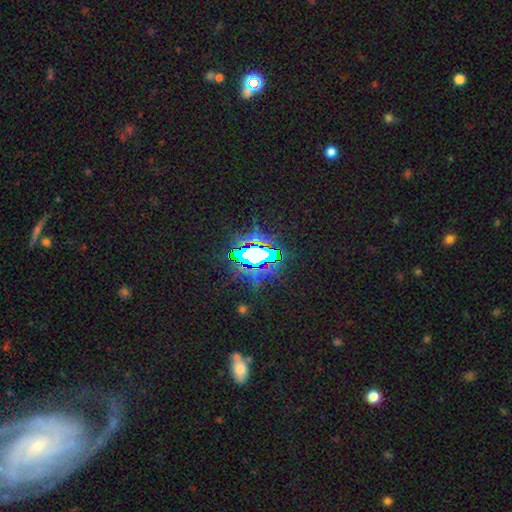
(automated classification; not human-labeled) A star or artifact, not a galaxy (73%).

Vote fractions:
- Smooth or featured? star or artifact: 73% / smooth: 14% / featured or disk: 12%